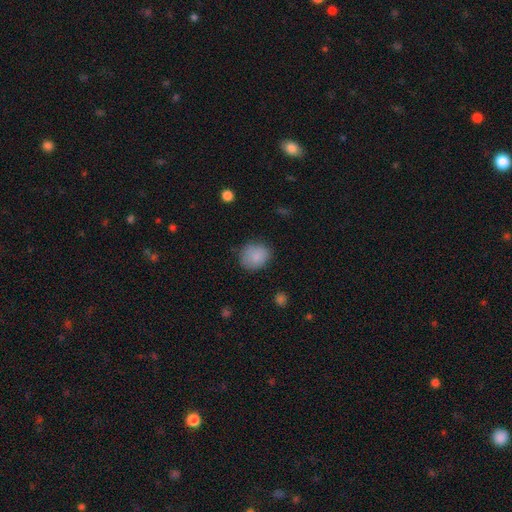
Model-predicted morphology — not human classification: smooth-or-featured: smooth: 84% | star or artifact: 9% | featured or disk: 7%
  how-rounded: round: 71% | in between: 29% | cigar-shaped: 1%
  merging: none: 77% | minor disturbance: 17% | major disturbance: 4% | merger: 2%